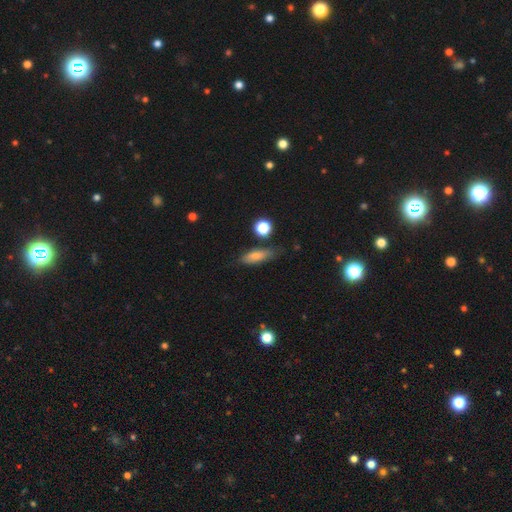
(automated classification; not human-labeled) smooth_or_featured: smooth (p=0.72) [alt: featured or disk p=0.18]
how_rounded: in between (p=0.50) [alt: cigar-shaped p=0.45]
merging: none (p=0.73) [alt: minor disturbance p=0.19]